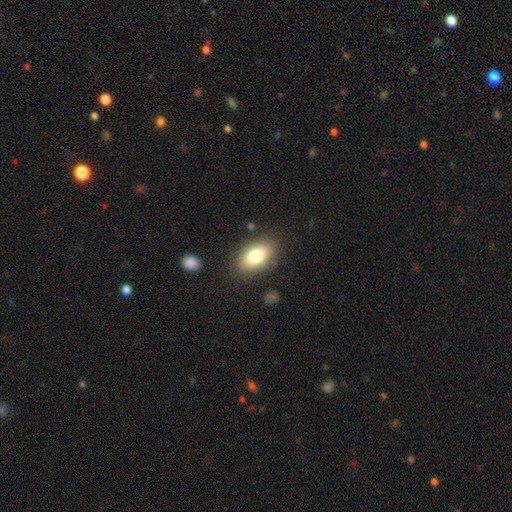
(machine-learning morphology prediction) Smooth or featured?
  - smooth: 77% *
  - featured or disk: 15%
  - star or artifact: 8%
How rounded?
  - in between: 88% *
  - round: 10%
  - cigar-shaped: 3%
Merging?
  - none: 82% *
  - minor disturbance: 12%
  - major disturbance: 4%
  - merger: 2%